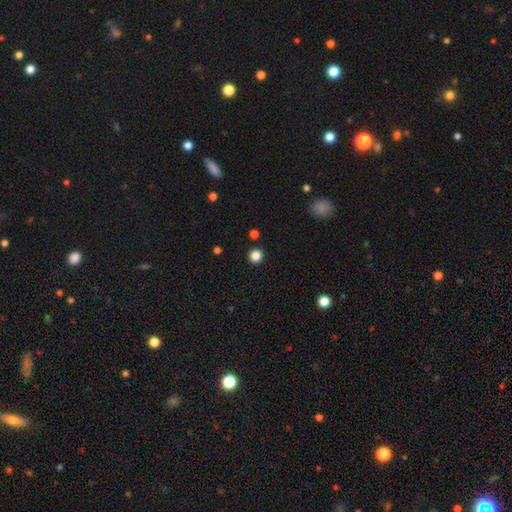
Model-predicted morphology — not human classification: A smooth galaxy with no disk features (84%) that is round (96%). Merging: none (93%).